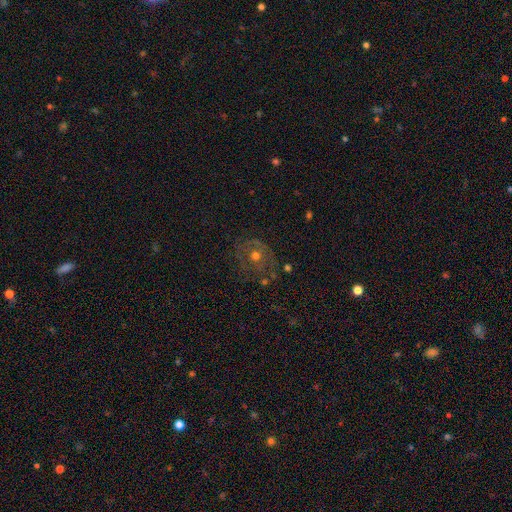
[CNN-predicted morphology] Smooth or featured?
  - featured or disk: 44% *
  - smooth: 43%
  - star or artifact: 13%
Merging?
  - none: 60% *
  - minor disturbance: 21%
  - major disturbance: 14%
  - merger: 5%